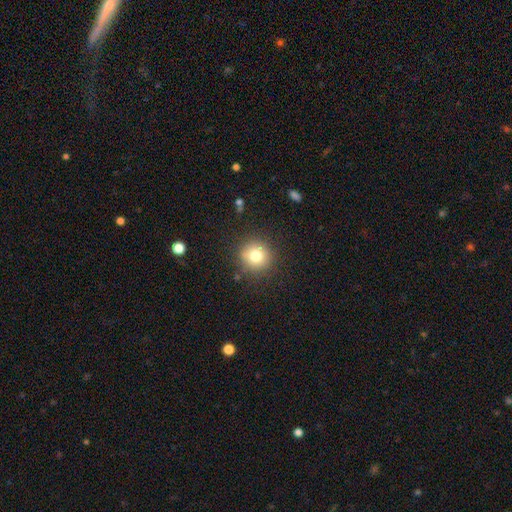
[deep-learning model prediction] smooth 78%, star or artifact 12%, featured or disk 10%. Down the decision tree: how rounded — round (93%); merging — none (86%).